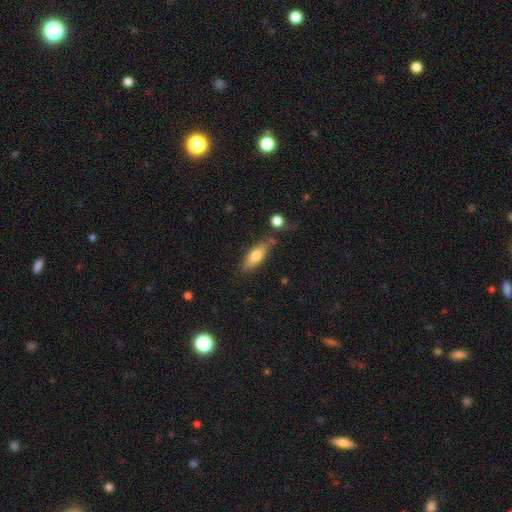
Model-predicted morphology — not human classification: Smooth or featured? smooth (71%)
How rounded? in between (68%)
Merging? none (67%)